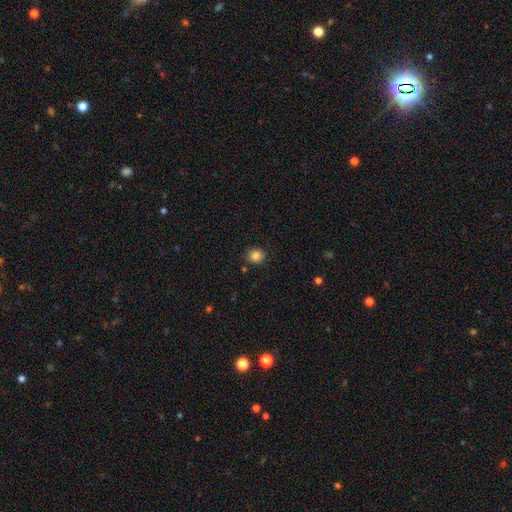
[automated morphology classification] Smooth or featured? Predicted: smooth (p=0.85). How rounded? Predicted: round (p=0.74). Merging? Predicted: none (p=0.86).